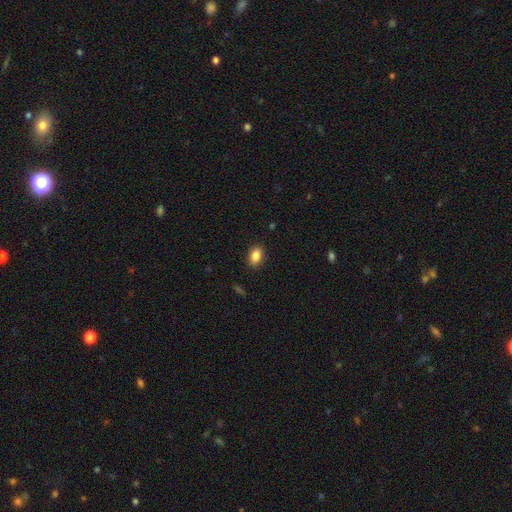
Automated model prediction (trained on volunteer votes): A smooth galaxy with no disk features (87%) that is in between round and cigar-shaped (85%).

Vote fractions:
- Smooth or featured? smooth: 87% / star or artifact: 8% / featured or disk: 5%
- How rounded? in between: 85% / round: 13% / cigar-shaped: 2%
- Merging? none: 89% / minor disturbance: 8% / major disturbance: 2% / merger: 1%